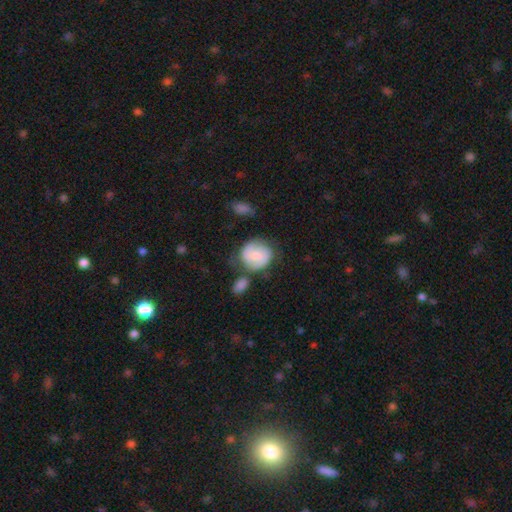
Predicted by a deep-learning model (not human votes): Morphology: type=smooth (60%); roundness=round (80%); merging=none (52%).